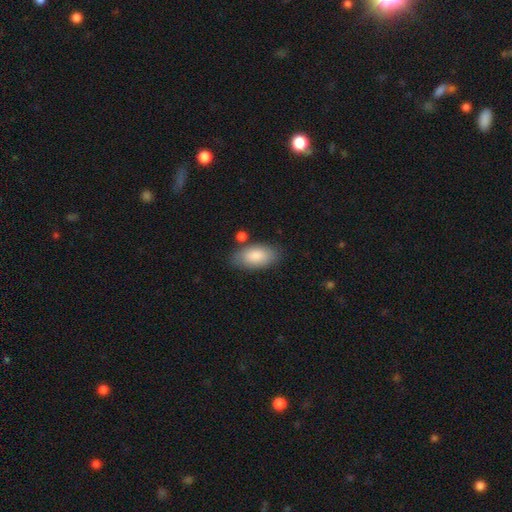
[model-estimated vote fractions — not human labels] Smooth or featured?
  - smooth: 86% *
  - featured or disk: 9%
  - star or artifact: 6%
How rounded?
  - in between: 94% *
  - cigar-shaped: 3%
  - round: 3%
Merging?
  - none: 75% *
  - minor disturbance: 15%
  - merger: 6%
  - major disturbance: 4%